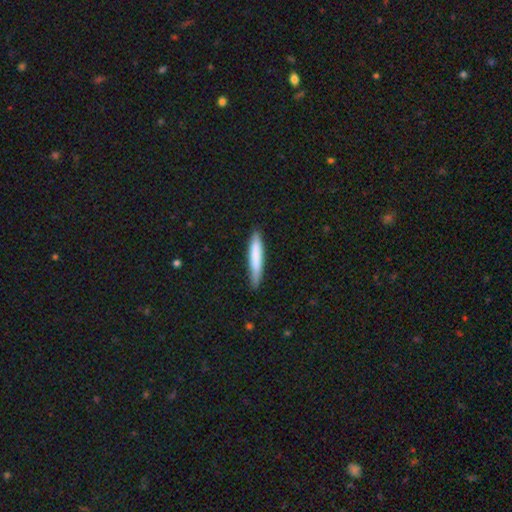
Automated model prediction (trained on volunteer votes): This is likely a smooth galaxy (76%). How rounded: clearly cigar-shaped (92%). Merging: clearly none (83%).